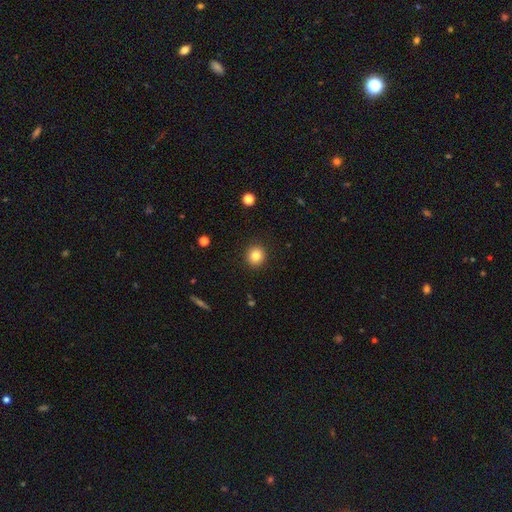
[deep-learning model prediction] This appears to be a smooth galaxy with no disk features (83%) that is round (93%). Merging: none (92%).